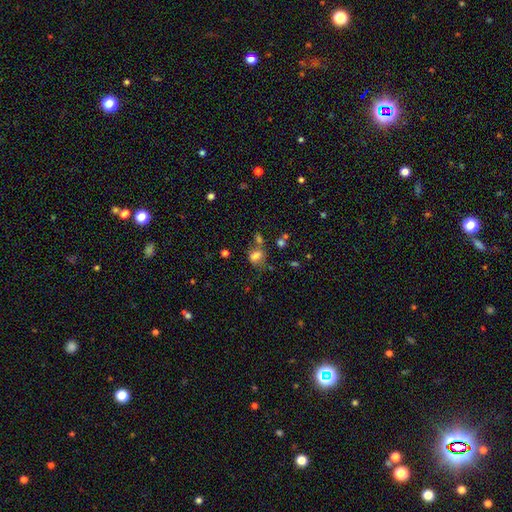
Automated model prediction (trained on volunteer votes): Smooth or featured?
  - smooth: 75% *
  - star or artifact: 13%
  - featured or disk: 11%
How rounded?
  - in between: 64% *
  - round: 34%
  - cigar-shaped: 2%
Merging?
  - none: 48% *
  - merger: 21%
  - minor disturbance: 20%
  - major disturbance: 10%